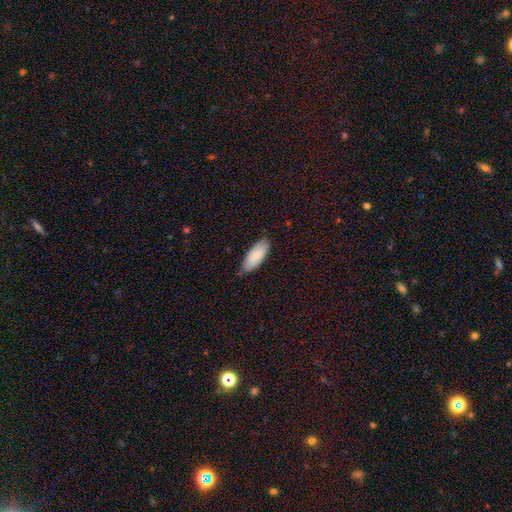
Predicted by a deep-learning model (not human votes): smooth 85%, featured or disk 9%, star or artifact 6%. Down the decision tree: how rounded — in between (80%); merging — none (77%).